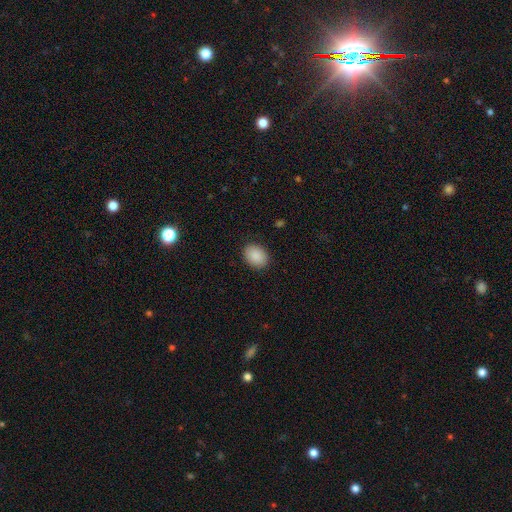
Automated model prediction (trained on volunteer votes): The model was most divided on "how rounded": in between: 68%, round: 32%, cigar-shaped: 1%. More confident: smooth or featured — smooth (90%); merging — none (88%).